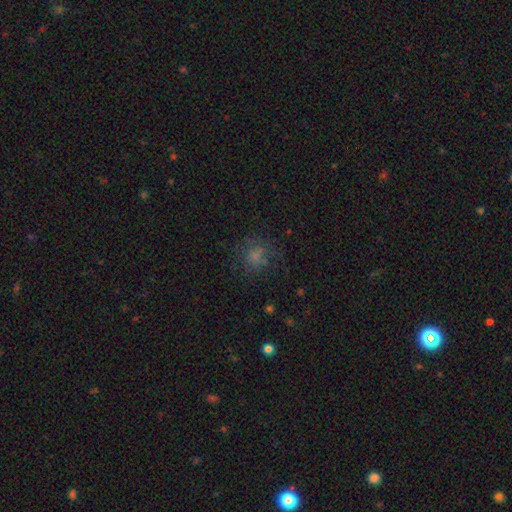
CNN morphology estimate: smooth_or_featured: smooth (p=0.67) [alt: star or artifact p=0.18]
how_rounded: round (p=0.80) [alt: in between p=0.19]
merging: none (p=0.64) [alt: minor disturbance p=0.18]